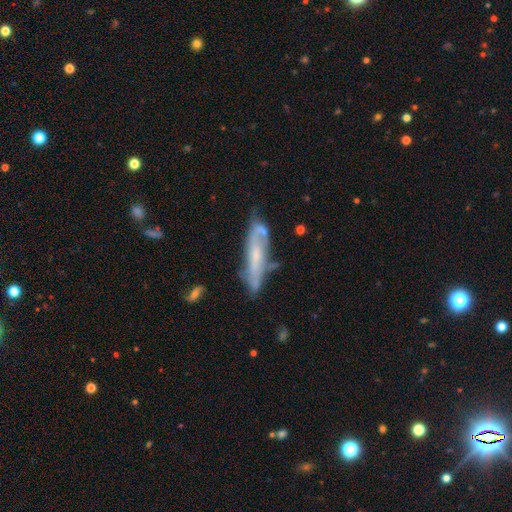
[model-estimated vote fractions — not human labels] Morphology: type=featured or disk (60%); edge-on=no (55%); merging=none (58%).